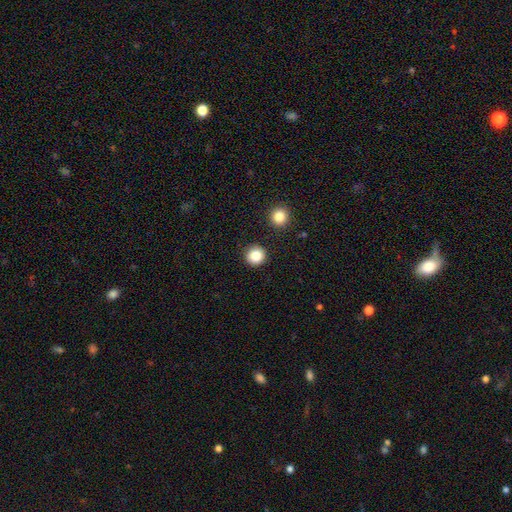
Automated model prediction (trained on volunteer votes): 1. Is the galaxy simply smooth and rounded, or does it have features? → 85% smooth, 10% star or artifact, 4% featured or disk.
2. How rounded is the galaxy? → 94% round, 5% in between, 1% cigar-shaped.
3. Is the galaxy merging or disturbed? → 90% none, 6% minor disturbance, 2% merger, 2% major disturbance.